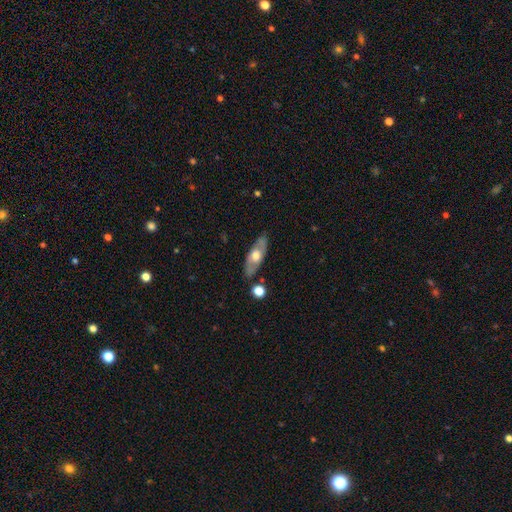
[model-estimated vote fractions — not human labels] Smooth or featured? Predicted: featured or disk (p=0.54). Edge-on disk? Predicted: no (p=0.63). Merging? Predicted: none (p=0.81).